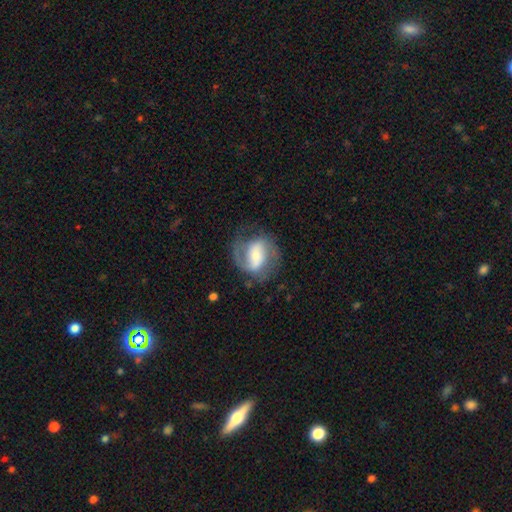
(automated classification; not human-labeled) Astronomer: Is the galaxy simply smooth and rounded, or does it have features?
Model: featured or disk — 79%.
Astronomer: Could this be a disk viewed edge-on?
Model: no — 97%.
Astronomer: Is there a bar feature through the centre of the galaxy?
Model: strong — 40% (runner-up: weak, 38%).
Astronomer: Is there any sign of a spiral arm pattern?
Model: yes — 92%.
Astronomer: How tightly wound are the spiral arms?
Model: medium — 51%.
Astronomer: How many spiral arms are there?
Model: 2 — 83%.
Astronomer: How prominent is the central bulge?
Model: moderate — 41% (runner-up: small, 40%).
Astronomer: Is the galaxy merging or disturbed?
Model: none — 69%.